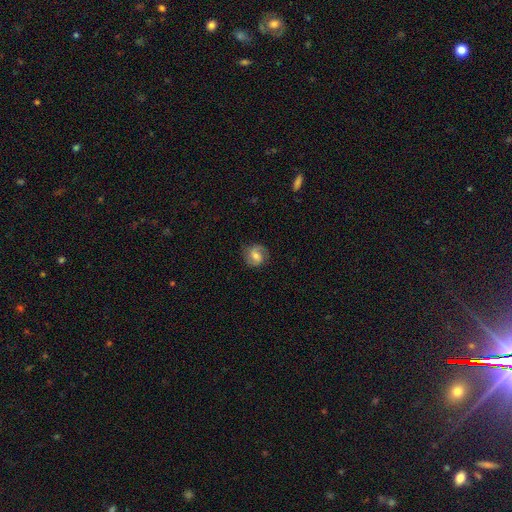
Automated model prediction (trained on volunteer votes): This appears to be a featured or disk galaxy (56%) with a weak bar (47%), spiral arms (89%) and a moderate central bulge (56%). Merging: none (78%).